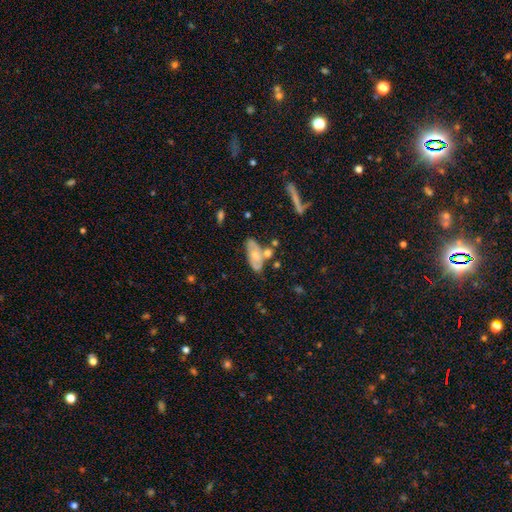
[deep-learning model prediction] A featured or disk galaxy (48%). Merging: none (49%).